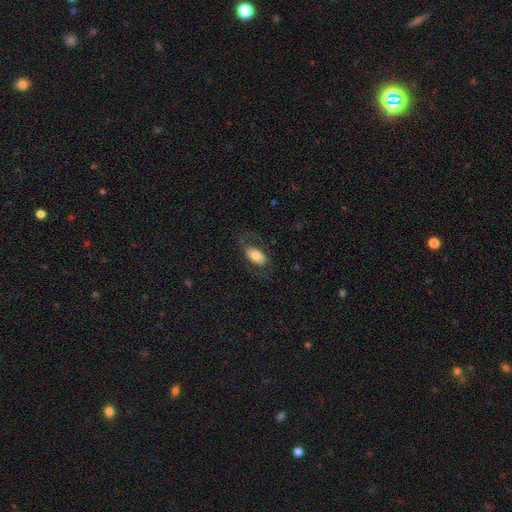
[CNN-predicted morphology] type=smooth (62%); roundness=in between (92%); merging=none (64%).